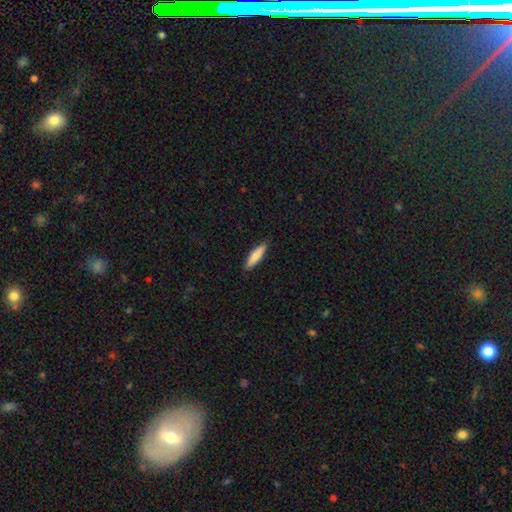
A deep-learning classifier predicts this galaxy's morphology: Smooth or featured?
  - smooth: 82% *
  - featured or disk: 13%
  - star or artifact: 5%
How rounded?
  - cigar-shaped: 76% *
  - in between: 22%
  - round: 1%
Merging?
  - none: 89% *
  - minor disturbance: 8%
  - major disturbance: 2%
  - merger: 1%